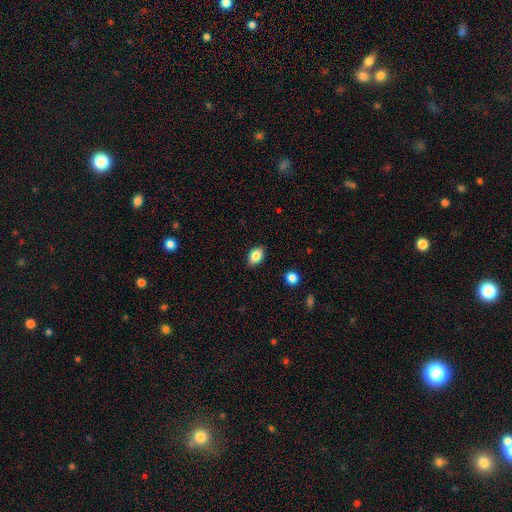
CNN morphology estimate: smooth_or_featured: smooth (p=0.85) [alt: star or artifact p=0.08]
how_rounded: in between (p=0.82) [alt: round p=0.16]
merging: none (p=0.87) [alt: minor disturbance p=0.10]